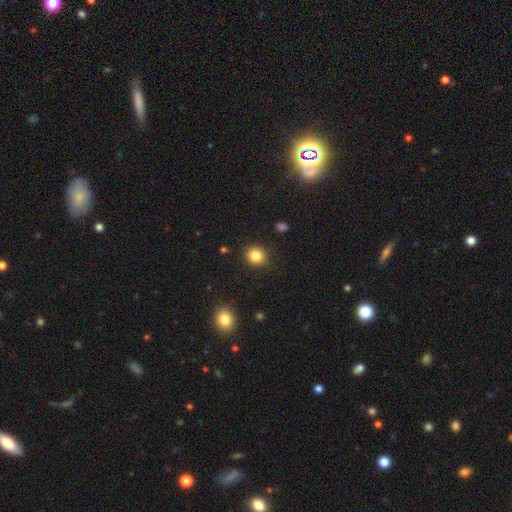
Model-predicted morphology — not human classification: Smooth or featured?
  - smooth: 85% *
  - star or artifact: 10%
  - featured or disk: 5%
How rounded?
  - round: 84% *
  - in between: 15%
  - cigar-shaped: 1%
Merging?
  - none: 89% *
  - minor disturbance: 7%
  - major disturbance: 2%
  - merger: 1%